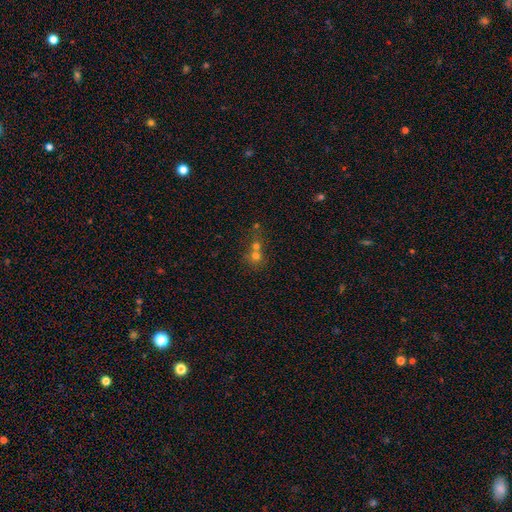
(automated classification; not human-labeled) This is likely a smooth galaxy (66%). How rounded: clearly round (83%). Merging: possibly merger (60%).